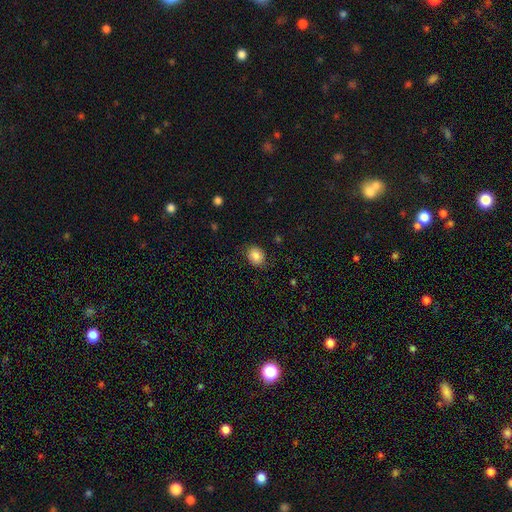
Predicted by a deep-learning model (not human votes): Smooth or featured: smooth — 85% (star or artifact — 9%)
How rounded: round — 53% (in between — 46%)
Merging: none — 85% (minor disturbance — 11%)